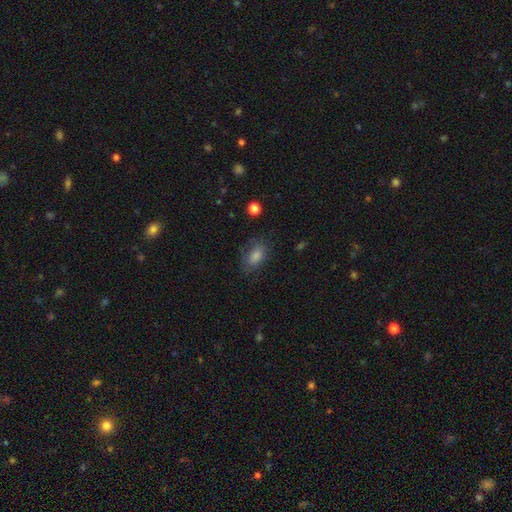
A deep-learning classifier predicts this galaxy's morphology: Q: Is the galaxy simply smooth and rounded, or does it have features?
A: smooth — 71%.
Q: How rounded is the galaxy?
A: in between — 84%.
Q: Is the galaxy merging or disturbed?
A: none — 75%.